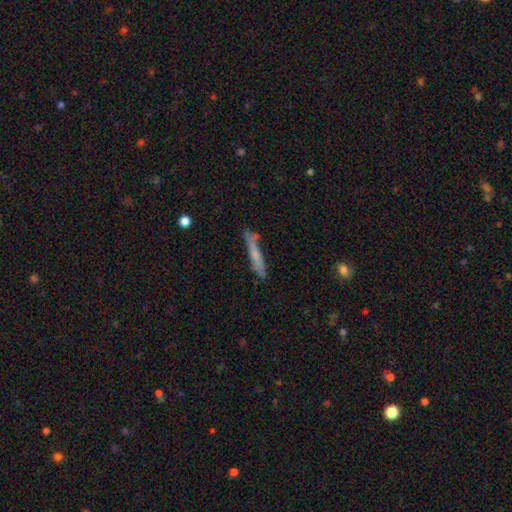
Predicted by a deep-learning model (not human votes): smooth-or-featured: smooth: 59% | featured or disk: 34% | star or artifact: 7%
  how-rounded: cigar-shaped: 92% | in between: 7% | round: 2%
  merging: none: 67% | minor disturbance: 21% | merger: 6% | major disturbance: 6%